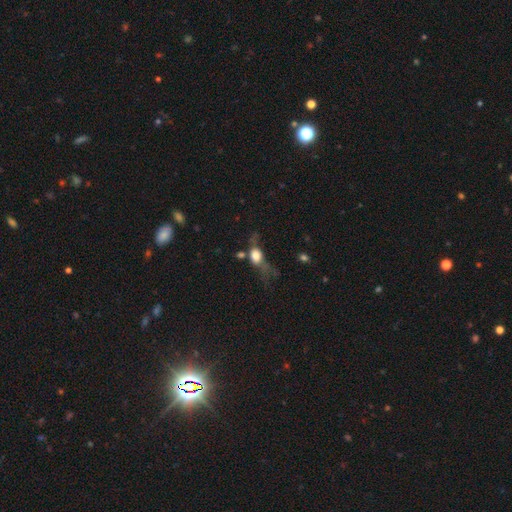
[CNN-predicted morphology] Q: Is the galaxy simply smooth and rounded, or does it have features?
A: smooth — 68%.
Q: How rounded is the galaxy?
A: in between — 57%.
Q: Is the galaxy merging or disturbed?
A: major disturbance — 45%.